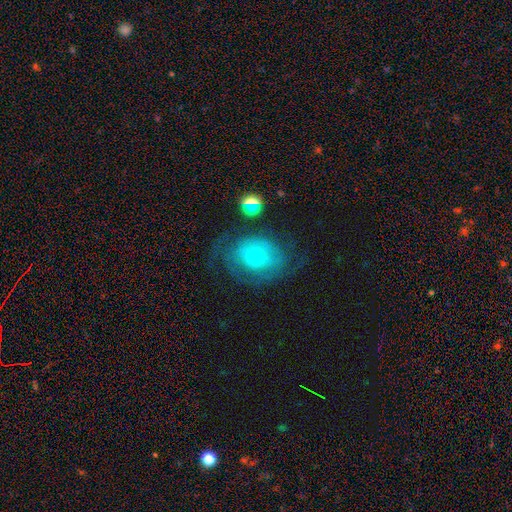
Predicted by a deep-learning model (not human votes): The model was most divided on "bulge size": small: 56%, moderate: 35%, large: 5%, none: 3%, dominant: 2%. More confident: edge-on disk — no (96%); bar — no (81%); spiral arms — yes (72%); smooth or featured — featured or disk (56%); merging — none (53%).